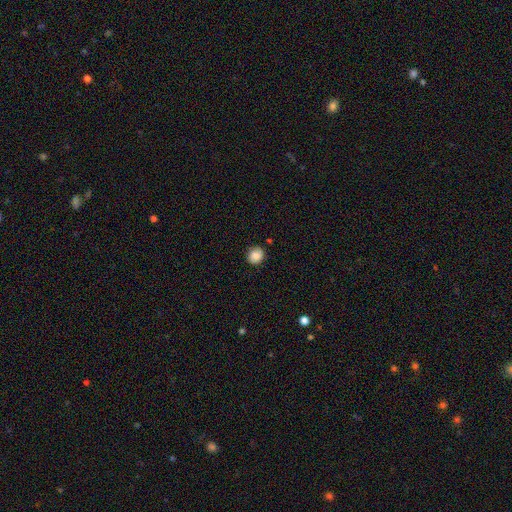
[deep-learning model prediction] Smooth or featured?
  - smooth: 83% *
  - star or artifact: 9%
  - featured or disk: 8%
How rounded?
  - round: 81% *
  - in between: 18%
  - cigar-shaped: 1%
Merging?
  - none: 85% *
  - minor disturbance: 11%
  - major disturbance: 2%
  - merger: 1%